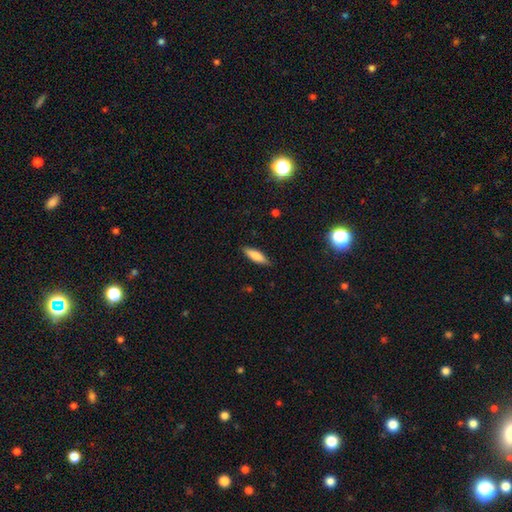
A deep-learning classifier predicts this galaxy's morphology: type=smooth (76%); roundness=cigar-shaped (61%); merging=none (87%).